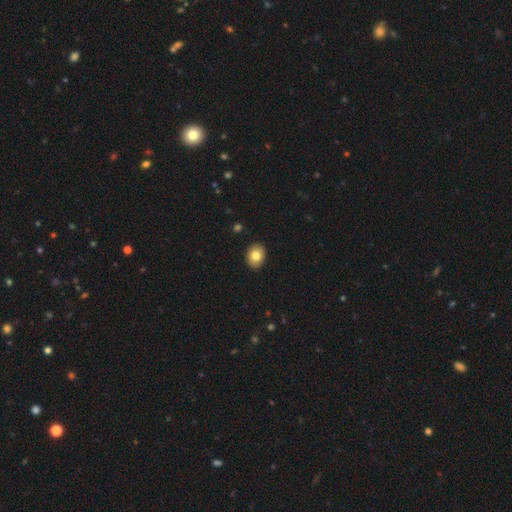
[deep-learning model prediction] A smooth galaxy with no disk features (81%) that is in between round and cigar-shaped (58%). Merging: none (91%).